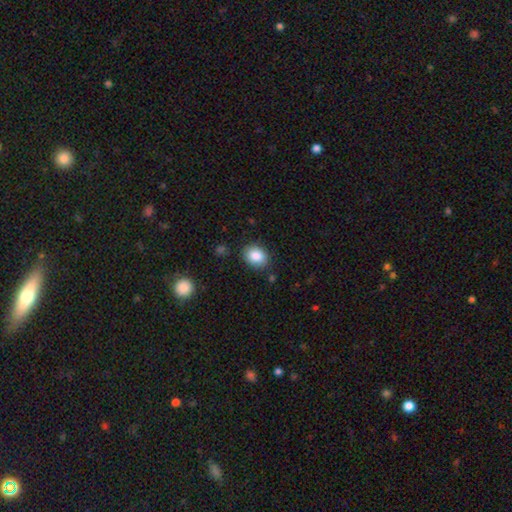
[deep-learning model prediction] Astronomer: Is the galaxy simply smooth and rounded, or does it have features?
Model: smooth — 87%.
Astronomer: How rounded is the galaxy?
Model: in between — 51% (runner-up: round, 49%).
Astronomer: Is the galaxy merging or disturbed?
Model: none — 84%.